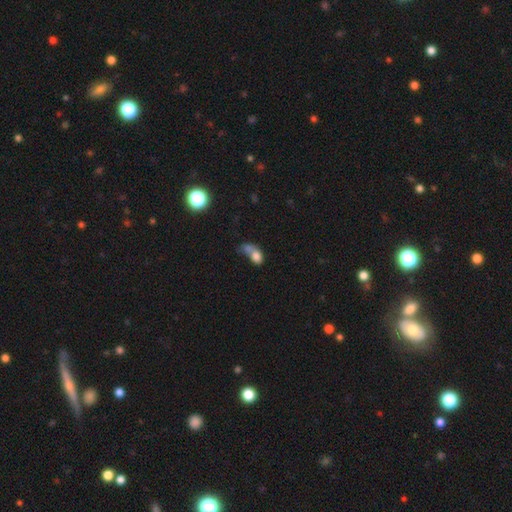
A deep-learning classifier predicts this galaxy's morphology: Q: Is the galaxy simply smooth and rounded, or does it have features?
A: smooth — 73%.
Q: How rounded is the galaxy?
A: in between — 76%.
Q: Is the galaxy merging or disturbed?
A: merger — 50%.